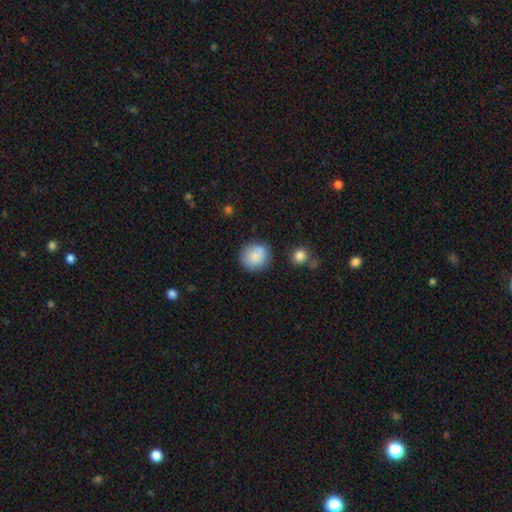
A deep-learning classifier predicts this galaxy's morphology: A smooth galaxy with no disk features (82%) that is round (86%). Merging: none (70%).